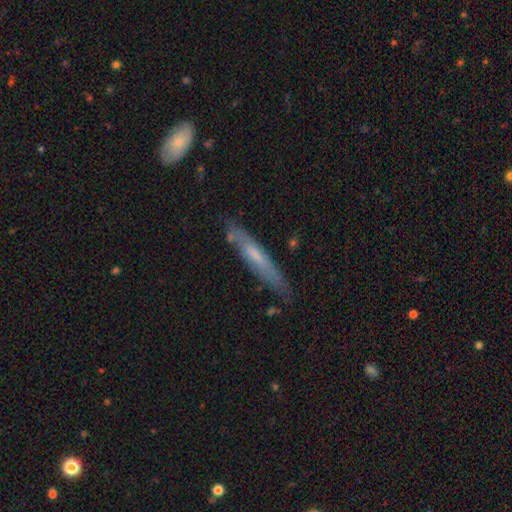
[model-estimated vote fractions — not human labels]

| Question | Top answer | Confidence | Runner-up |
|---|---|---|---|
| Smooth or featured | featured or disk | 50% | smooth (44%) |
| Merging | none | 76% | minor disturbance (18%) |